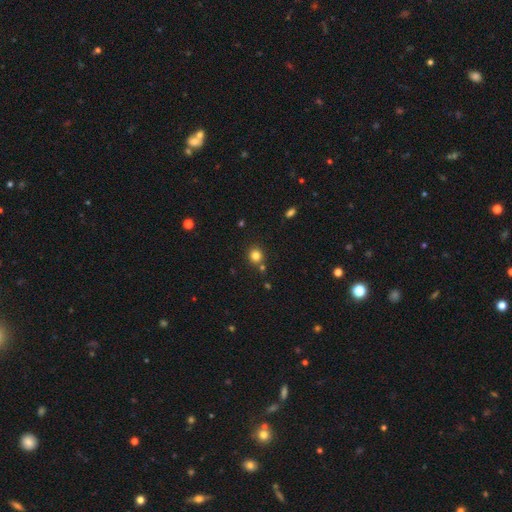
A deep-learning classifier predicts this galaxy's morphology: smooth-or-featured: smooth: 81% | star or artifact: 14% | featured or disk: 6%
  how-rounded: round: 89% | in between: 10% | cigar-shaped: 1%
  merging: none: 79% | merger: 10% | minor disturbance: 8% | major disturbance: 2%